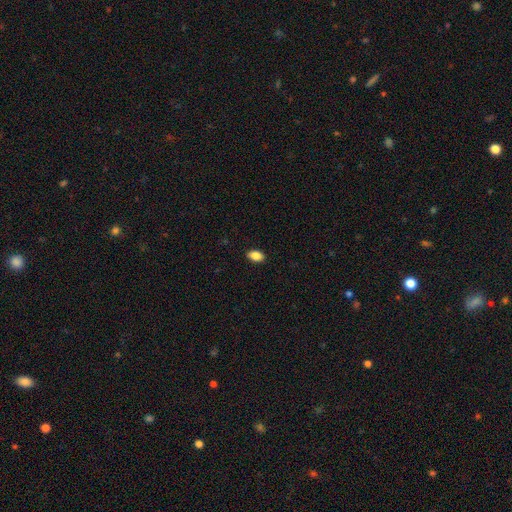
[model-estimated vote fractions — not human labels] The model was most divided on "smooth or featured": smooth: 87%, star or artifact: 8%, featured or disk: 5%. More confident: merging — none (89%); how rounded — in between (89%).